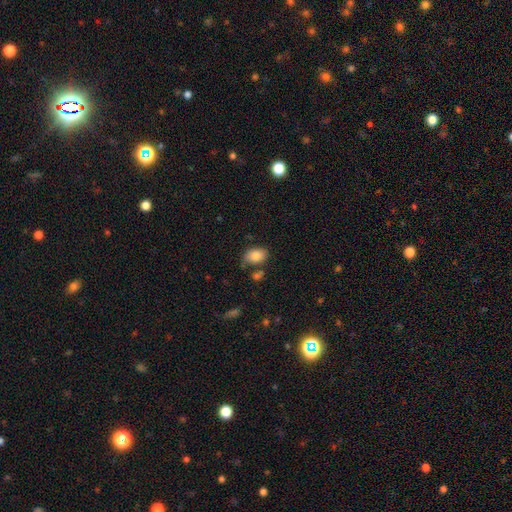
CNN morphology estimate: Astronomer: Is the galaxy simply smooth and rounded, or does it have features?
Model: smooth — 83%.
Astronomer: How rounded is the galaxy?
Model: in between — 85%.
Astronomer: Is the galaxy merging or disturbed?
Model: none — 68%.